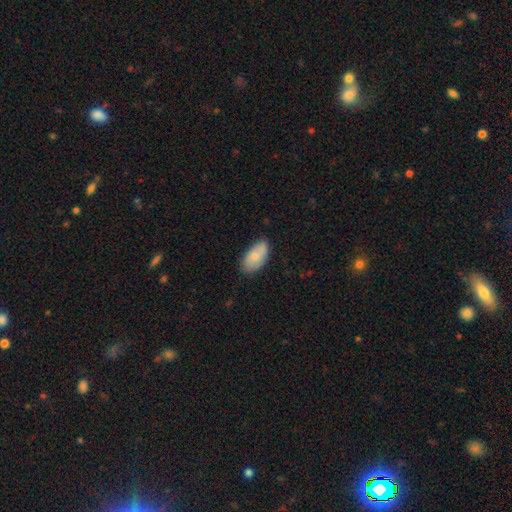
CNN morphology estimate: Q: Smooth or featured?
A: smooth (73%); runner-up: featured or disk (21%)
Q: How rounded?
A: in between (94%); runner-up: cigar-shaped (3%)
Q: Merging?
A: none (76%); runner-up: minor disturbance (19%)